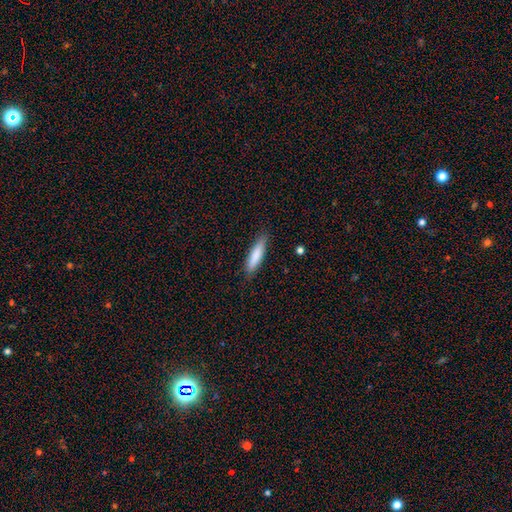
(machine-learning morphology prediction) This is clearly a smooth galaxy (82%). How rounded: likely cigar-shaped (79%). Merging: clearly none (86%).